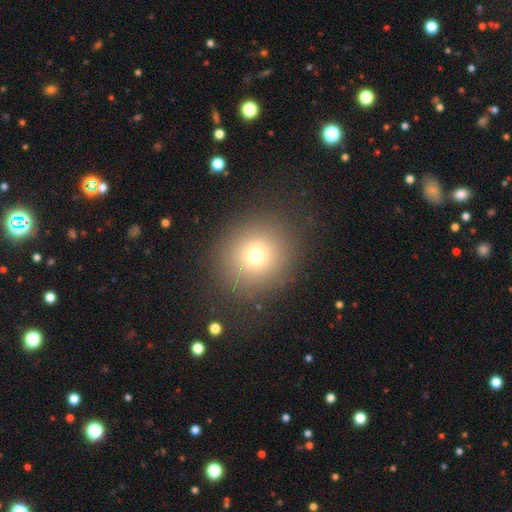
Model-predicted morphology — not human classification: Q: Smooth or featured?
A: smooth (71%); runner-up: star or artifact (18%)
Q: How rounded?
A: round (89%); runner-up: in between (10%)
Q: Merging?
A: none (86%); runner-up: minor disturbance (8%)